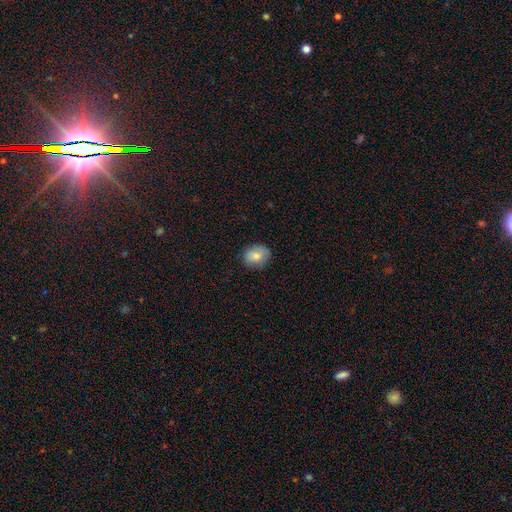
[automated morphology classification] Q: Smooth or featured?
A: smooth (80%); runner-up: featured or disk (12%)
Q: How rounded?
A: round (52%); runner-up: in between (47%)
Q: Merging?
A: none (81%); runner-up: minor disturbance (15%)